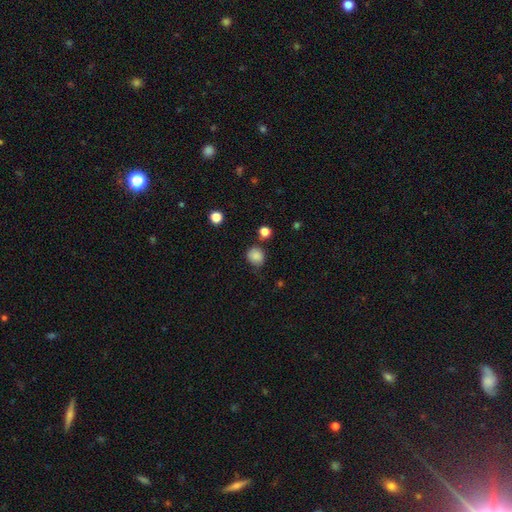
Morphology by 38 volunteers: This is clearly a smooth galaxy (87%). How rounded: clearly round (100%). Merging: likely none (77%).